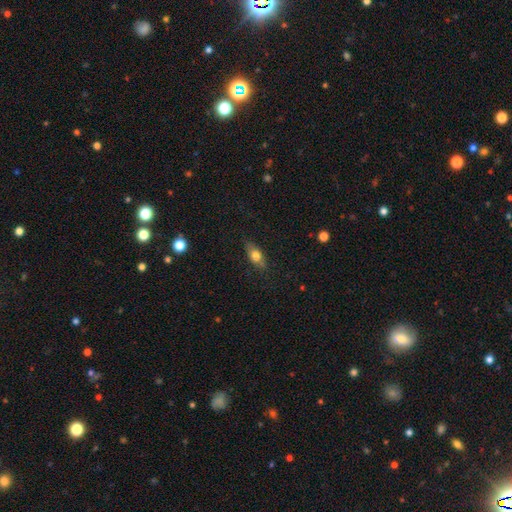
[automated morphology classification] smooth 68%, featured or disk 25%, star or artifact 8%. Down the decision tree: how rounded — in between (76%); merging — none (82%).